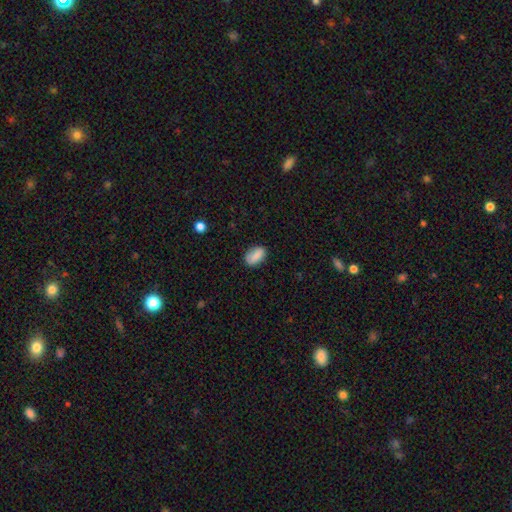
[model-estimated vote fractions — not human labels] This appears to be a smooth galaxy with no disk features (85%) that is in between round and cigar-shaped (89%). Merging: none (79%).